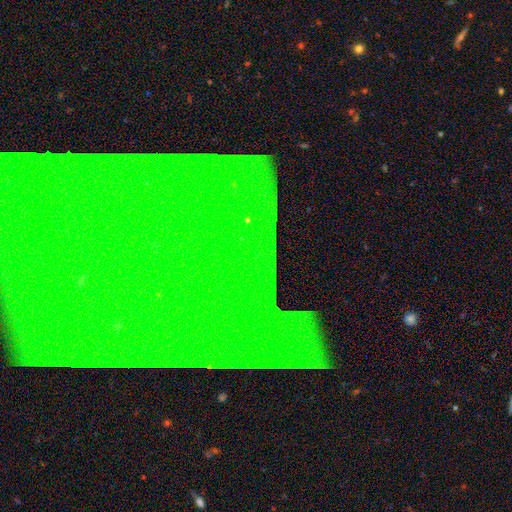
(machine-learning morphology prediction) A star or artifact, not a galaxy (85%).